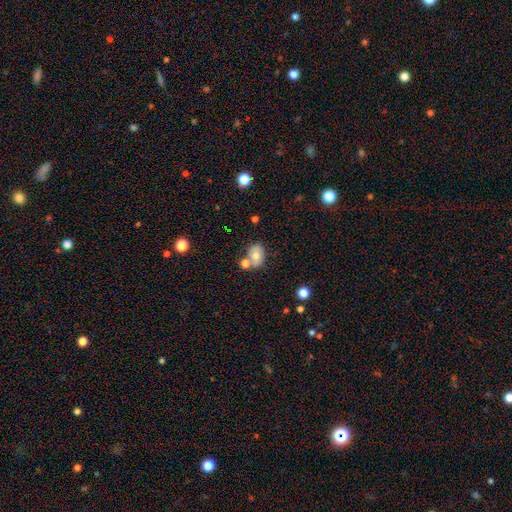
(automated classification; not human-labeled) smooth 70%, featured or disk 20%, star or artifact 10%. Down the decision tree: how rounded — in between (70%); merging — none (56%).